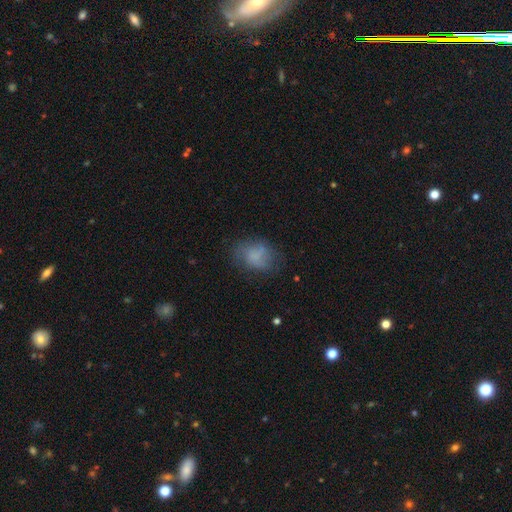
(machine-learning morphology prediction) The model was most divided on "how rounded": in between: 64%, round: 35%, cigar-shaped: 1%. More confident: smooth or featured — smooth (67%); merging — none (59%).